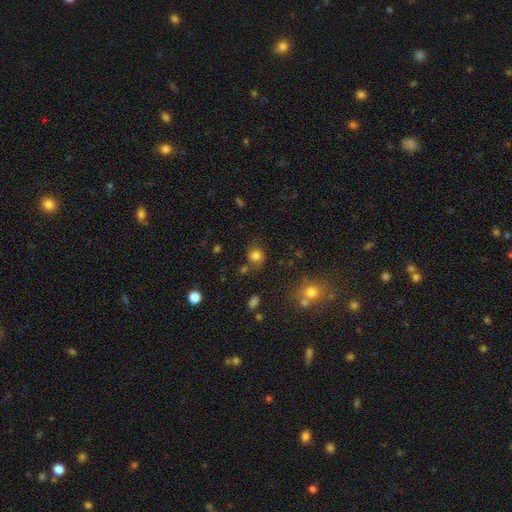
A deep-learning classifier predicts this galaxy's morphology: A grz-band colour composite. It shows a smooth galaxy with no disk features (80%) that is round (83%). Merging: none (76%).